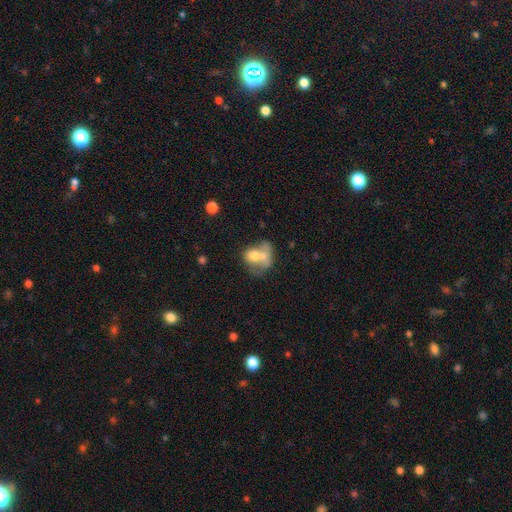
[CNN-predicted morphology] This appears to be a smooth galaxy with no disk features (62%) that is in between round and cigar-shaped (51%). Merging: merger (69%).